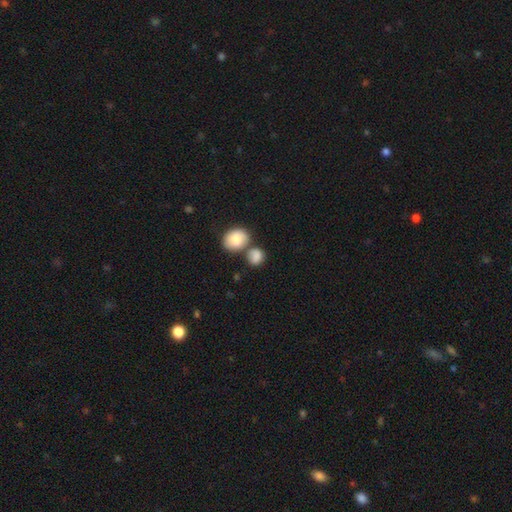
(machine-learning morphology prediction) The model was most divided on "merging": none: 45%, merger: 37%, minor disturbance: 13%, major disturbance: 5%. More confident: smooth or featured — smooth (85%); how rounded — round (55%).